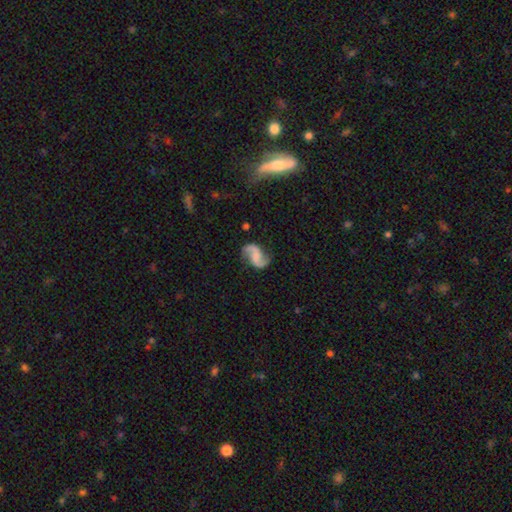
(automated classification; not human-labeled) Smooth or featured? Predicted: featured or disk (p=0.85). Edge-on disk? Predicted: no (p=0.98). Bar? Predicted: no (p=0.49). Spiral arms? Predicted: yes (p=0.97). Spiral winding? Predicted: loose (p=0.65). Spiral arm count? Predicted: 2 (p=0.94). Bulge size? Predicted: none (p=0.65). Merging? Predicted: none (p=0.79).